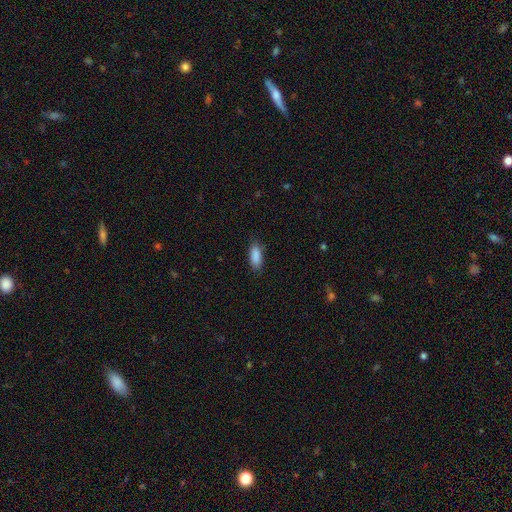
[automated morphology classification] The model was most divided on "how rounded": in between: 79%, cigar-shaped: 19%, round: 2%. More confident: smooth or featured — smooth (89%); merging — none (84%).